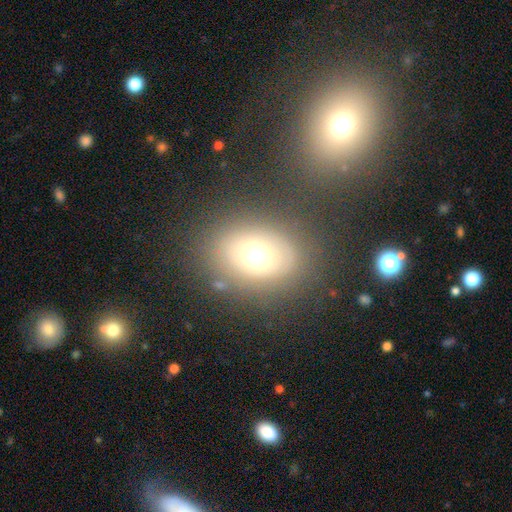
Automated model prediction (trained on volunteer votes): Smooth or featured?
  - smooth: 64% *
  - featured or disk: 21%
  - star or artifact: 15%
How rounded?
  - in between: 68% *
  - round: 30%
  - cigar-shaped: 1%
Merging?
  - none: 77% *
  - minor disturbance: 11%
  - merger: 7%
  - major disturbance: 5%